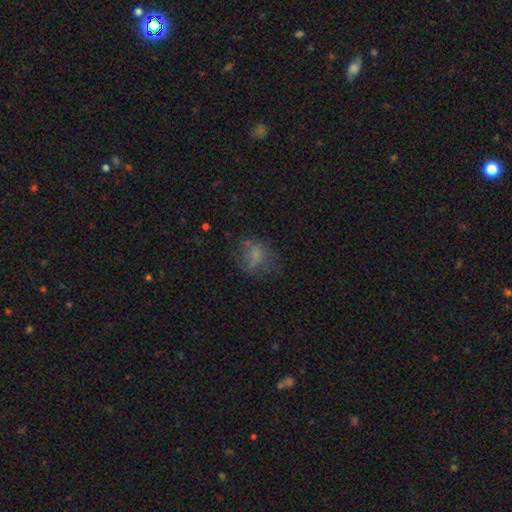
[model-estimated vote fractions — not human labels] Morphology: type=smooth (59%); roundness=round (55%); merging=none (50%).